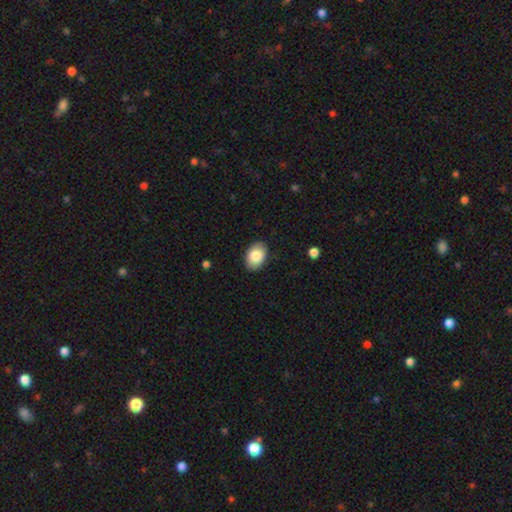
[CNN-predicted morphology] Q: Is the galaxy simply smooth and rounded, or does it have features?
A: smooth — 86%.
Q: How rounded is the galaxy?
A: in between — 84%.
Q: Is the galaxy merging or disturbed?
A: none — 87%.